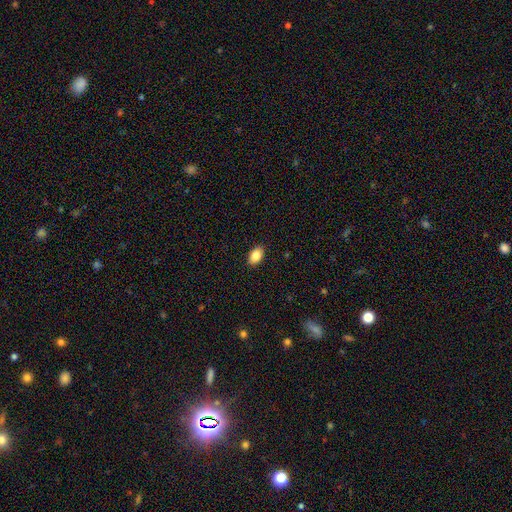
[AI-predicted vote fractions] Morphology: type=smooth (86%); roundness=in between (90%); merging=none (90%).